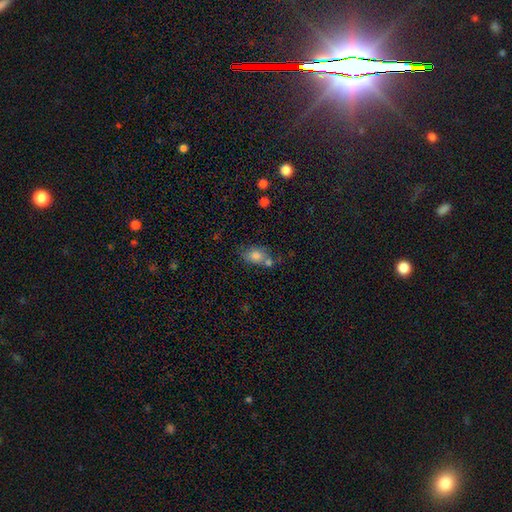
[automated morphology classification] smooth_or_featured: smooth (p=0.78) [alt: featured or disk p=0.11]
how_rounded: in between (p=0.74) [alt: round p=0.23]
merging: none (p=0.48) [alt: merger p=0.26]